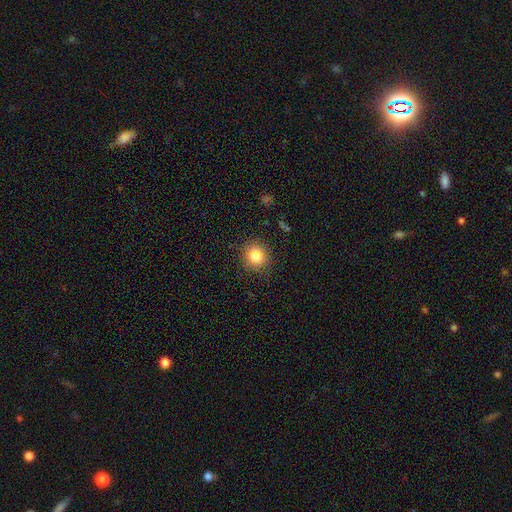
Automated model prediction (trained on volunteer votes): smooth 77%, star or artifact 14%, featured or disk 9%. Down the decision tree: how rounded — round (87%); merging — none (82%).